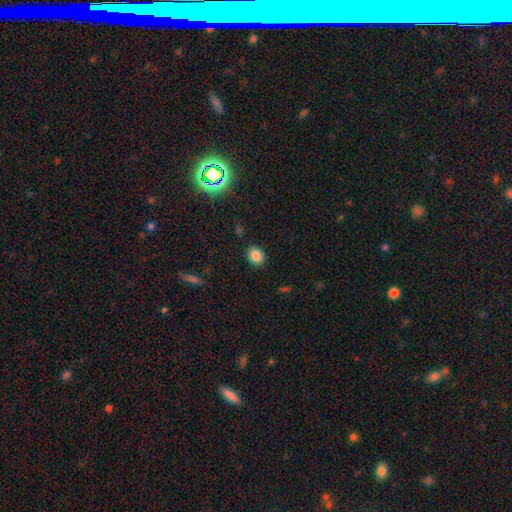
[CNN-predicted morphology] Q: Smooth or featured?
A: smooth (85%); runner-up: star or artifact (10%)
Q: How rounded?
A: in between (50%); runner-up: round (49%)
Q: Merging?
A: none (88%); runner-up: minor disturbance (8%)